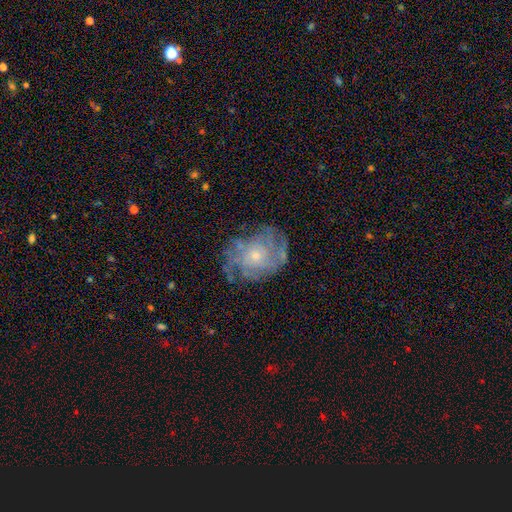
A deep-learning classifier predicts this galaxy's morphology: smooth_or_featured: featured or disk (p=0.74) [alt: smooth p=0.17]
disk_edge_on: no (p=0.97) [alt: yes p=0.03]
bar: no (p=0.84) [alt: weak p=0.13]
has_spiral_arms: yes (p=0.82) [alt: no p=0.18]
spiral_winding: tight (p=0.56) [alt: medium p=0.31]
spiral_arm_count: can't tell (p=0.50) [alt: 4 p=0.13]
bulge_size: small (p=0.71) [alt: moderate p=0.24]
merging: none (p=0.68) [alt: minor disturbance p=0.19]